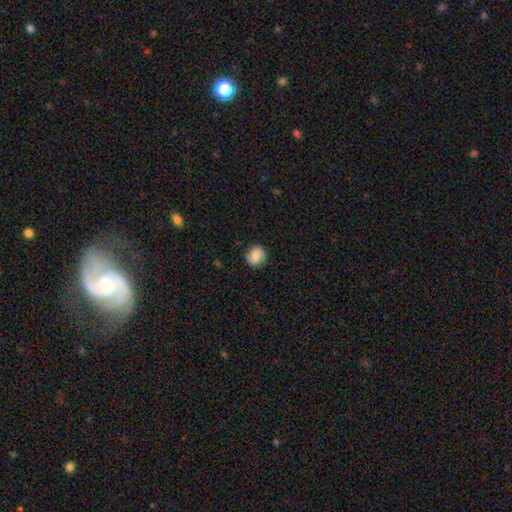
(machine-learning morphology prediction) This appears to be a smooth galaxy with no disk features (79%) that is round (81%). Merging: none (86%).